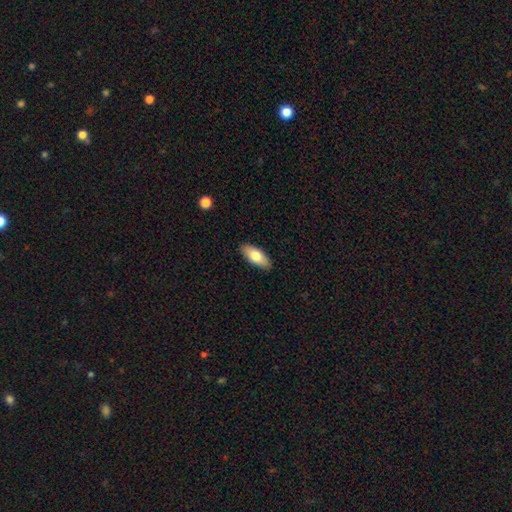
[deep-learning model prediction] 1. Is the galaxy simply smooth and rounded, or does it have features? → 77% smooth, 17% featured or disk, 6% star or artifact.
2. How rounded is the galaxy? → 87% in between, 11% cigar-shaped, 2% round.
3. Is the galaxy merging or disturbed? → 88% none, 9% minor disturbance, 2% major disturbance, 1% merger.